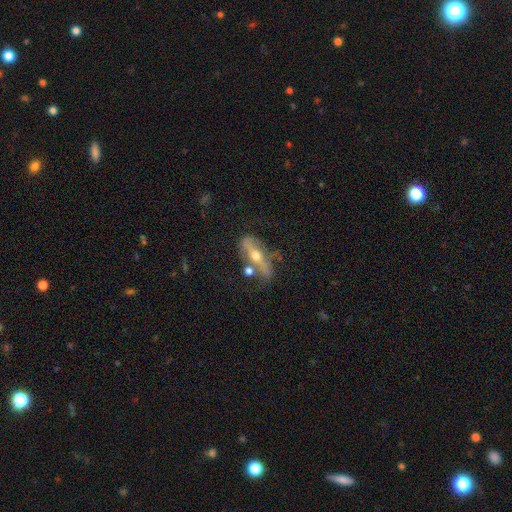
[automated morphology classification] Overall: featured or disk (69%). Edge-on disk: yes (54%; no 46%). Merging: none (52%; minor disturbance 21%).